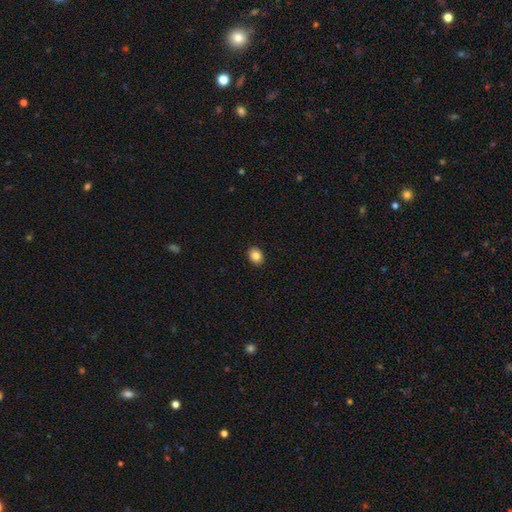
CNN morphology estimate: Overall: smooth (86%). How rounded: in between (57%; round 42%). Merging: none (91%).